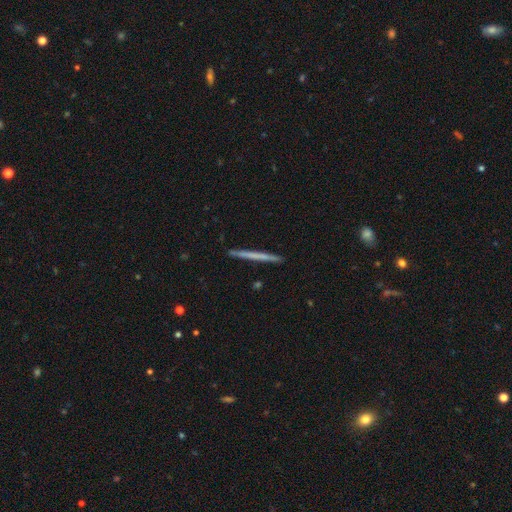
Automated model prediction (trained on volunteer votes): smooth 51%, featured or disk 44%, star or artifact 5%. Down the decision tree: how rounded — cigar-shaped (97%); merging — none (92%).